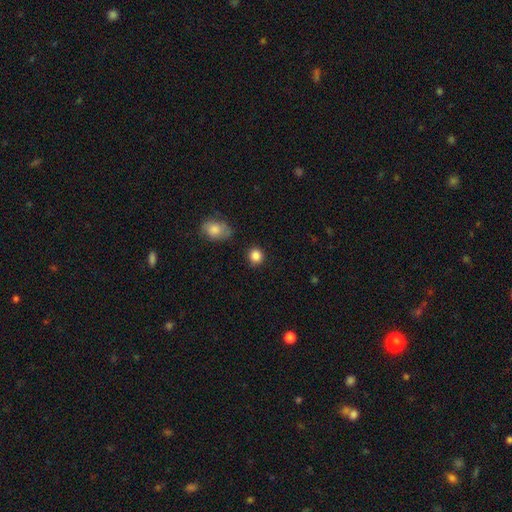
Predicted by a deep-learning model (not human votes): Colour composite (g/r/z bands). It shows a smooth galaxy with no disk features (86%) that is round (87%). Merging: none (85%).